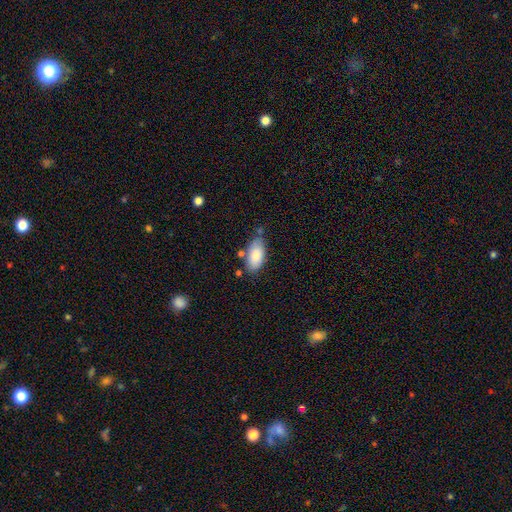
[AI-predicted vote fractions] A smooth galaxy with no disk features (84%) that is in between round and cigar-shaped (93%). Merging: none (67%).